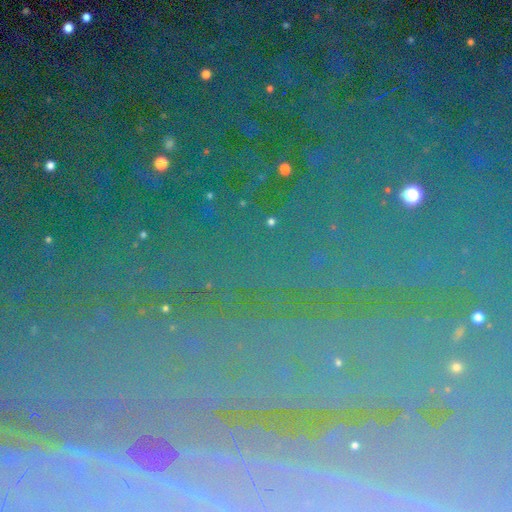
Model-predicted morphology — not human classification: type=star or artifact (80%).